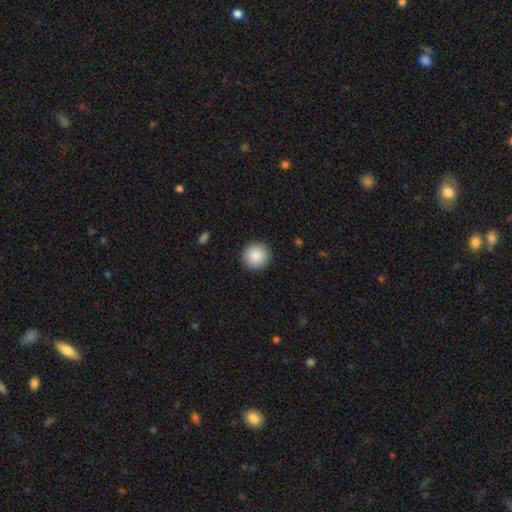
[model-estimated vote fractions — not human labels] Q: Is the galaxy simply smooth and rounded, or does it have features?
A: smooth — 89%.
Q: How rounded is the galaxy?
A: round — 95%.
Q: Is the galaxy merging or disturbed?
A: none — 92%.